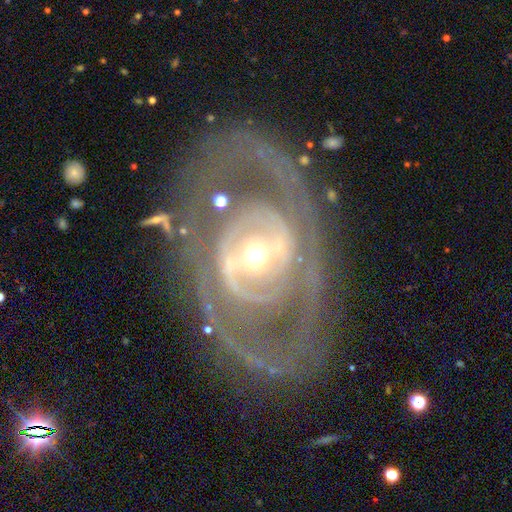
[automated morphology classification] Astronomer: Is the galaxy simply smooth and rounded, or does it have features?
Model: featured or disk — 89%.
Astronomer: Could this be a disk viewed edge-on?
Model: no — 97%.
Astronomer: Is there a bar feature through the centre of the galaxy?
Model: weak — 34%, tied with no at 34%.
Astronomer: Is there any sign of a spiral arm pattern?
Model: yes — 89%.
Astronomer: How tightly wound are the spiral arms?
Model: tight — 51% (runner-up: medium, 34%).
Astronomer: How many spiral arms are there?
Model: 2 — 49%.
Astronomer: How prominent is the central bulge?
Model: moderate — 62%.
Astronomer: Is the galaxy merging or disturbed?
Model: none — 62%.